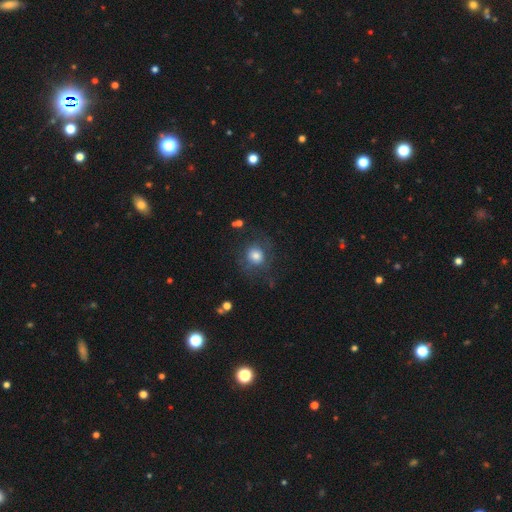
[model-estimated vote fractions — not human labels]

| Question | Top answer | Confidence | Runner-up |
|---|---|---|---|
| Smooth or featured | smooth | 70% | featured or disk (19%) |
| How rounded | round | 83% | in between (16%) |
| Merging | none | 66% | minor disturbance (18%) |